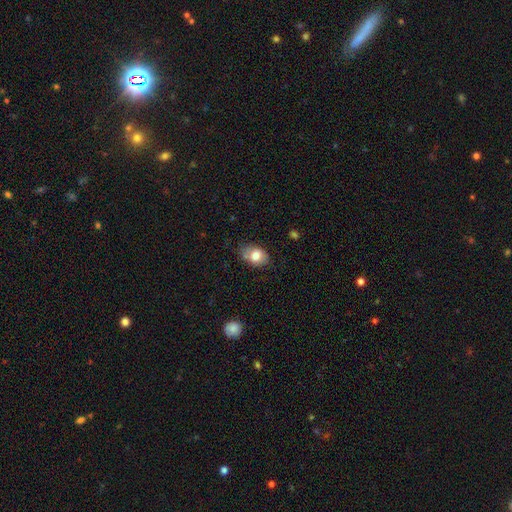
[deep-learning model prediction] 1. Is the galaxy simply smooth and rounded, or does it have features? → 75% smooth, 17% featured or disk, 8% star or artifact.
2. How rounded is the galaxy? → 78% in between, 21% round, 1% cigar-shaped.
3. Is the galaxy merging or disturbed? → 67% none, 24% minor disturbance, 5% major disturbance, 4% merger.